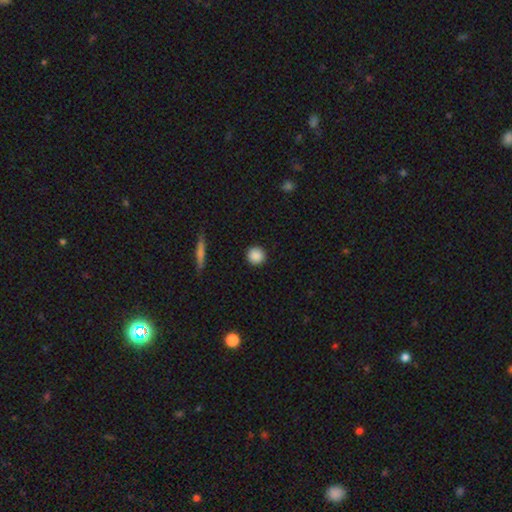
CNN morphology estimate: Smooth or featured? smooth (88%)
How rounded? round (94%)
Merging? none (92%)